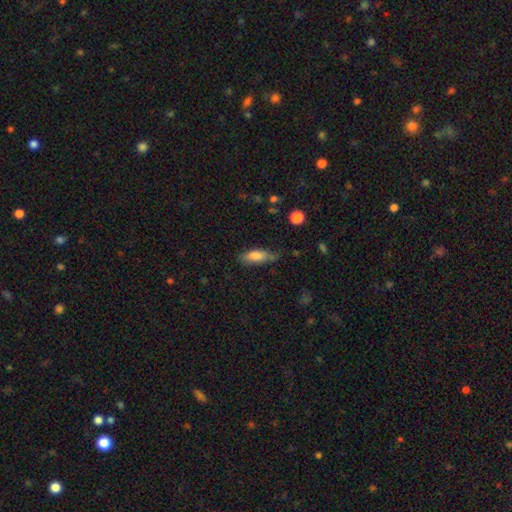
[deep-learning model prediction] smooth 77%, featured or disk 16%, star or artifact 7%. Down the decision tree: how rounded — in between (63%); merging — none (64%).